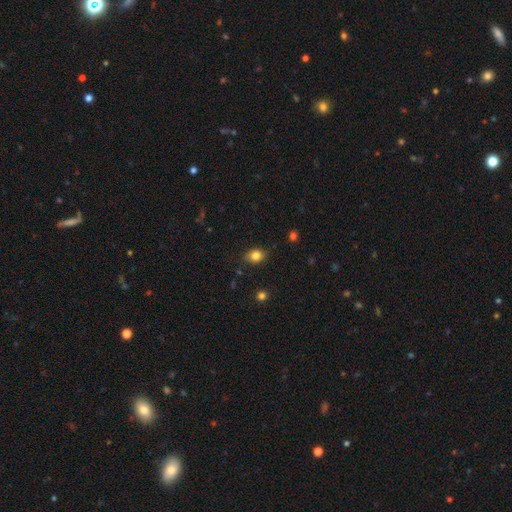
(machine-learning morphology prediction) Smooth or featured?
  - smooth: 83% *
  - star or artifact: 11%
  - featured or disk: 7%
How rounded?
  - in between: 63% *
  - round: 36%
  - cigar-shaped: 1%
Merging?
  - none: 84% *
  - minor disturbance: 12%
  - major disturbance: 3%
  - merger: 1%